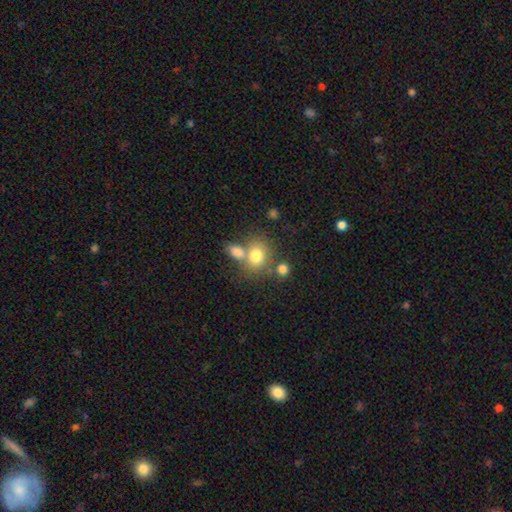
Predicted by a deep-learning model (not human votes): smooth 76%, featured or disk 13%, star or artifact 11%. Down the decision tree: how rounded — round (57%); merging — none (45%).